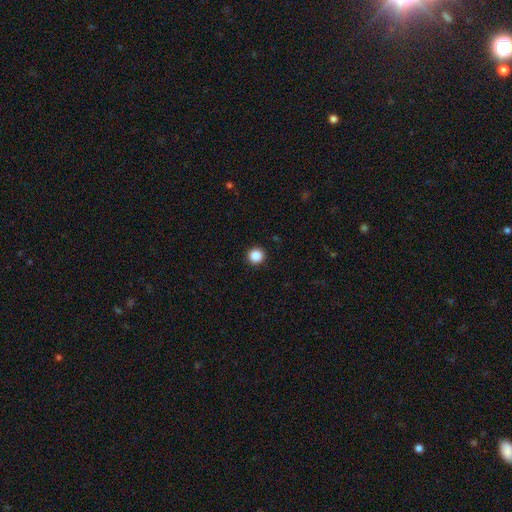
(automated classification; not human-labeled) A smooth galaxy with no disk features (87%) that is round (95%). Merging: none (93%).